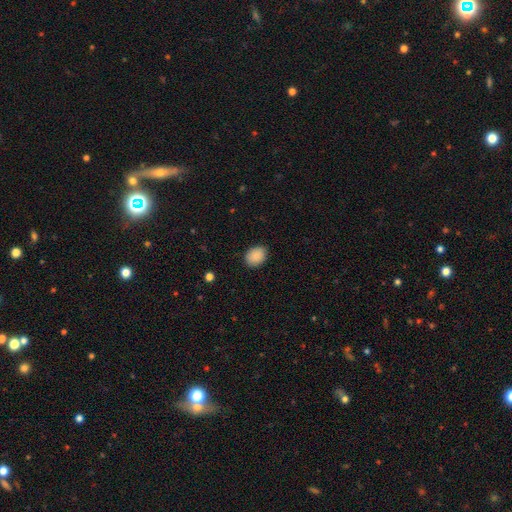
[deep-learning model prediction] smooth 89%, star or artifact 8%, featured or disk 3%. Down the decision tree: how rounded — in between (66%); merging — none (86%).